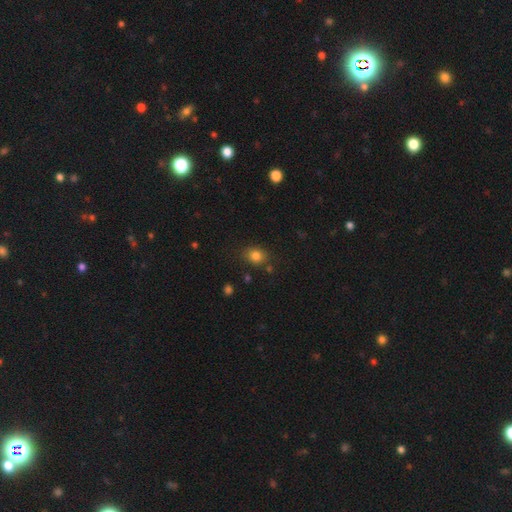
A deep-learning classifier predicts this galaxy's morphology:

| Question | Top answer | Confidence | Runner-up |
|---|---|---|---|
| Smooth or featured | smooth | 81% | star or artifact (12%) |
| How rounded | round | 53% | in between (46%) |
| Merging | none | 80% | minor disturbance (13%) |